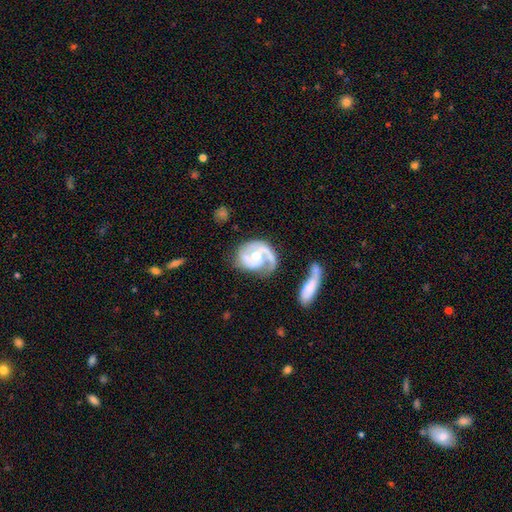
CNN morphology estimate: The model was most divided on "spiral winding": medium: 50%, tight: 35%, loose: 16%. More confident: edge-on disk — no (98%); spiral arms — yes (97%); smooth or featured — featured or disk (89%); spiral arm count — 2 (75%); bulge size — moderate (59%); bar — no (54%); merging — none (53%).